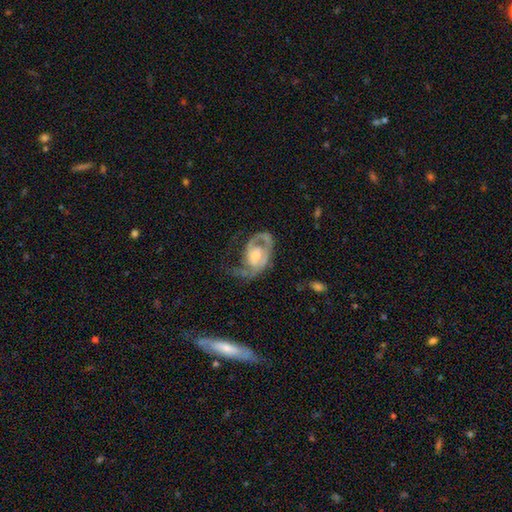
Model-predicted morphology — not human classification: Smooth or featured? Predicted: featured or disk (p=0.80). Edge-on disk? Predicted: no (p=0.96). Bar? Predicted: no (p=0.56). Spiral arms? Predicted: yes (p=0.87). Spiral winding? Predicted: medium (p=0.42). Spiral arm count? Predicted: 2 (p=0.46). Bulge size? Predicted: moderate (p=0.60). Merging? Predicted: major disturbance (p=0.40).